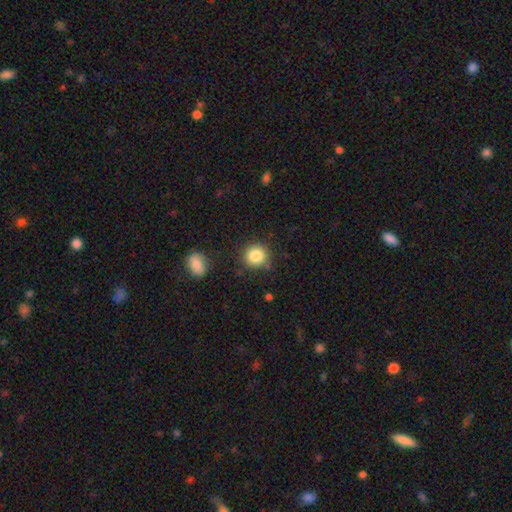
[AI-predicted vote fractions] smooth_or_featured: smooth (p=0.84) [alt: star or artifact p=0.10]
how_rounded: round (p=0.90) [alt: in between p=0.09]
merging: none (p=0.84) [alt: minor disturbance p=0.10]